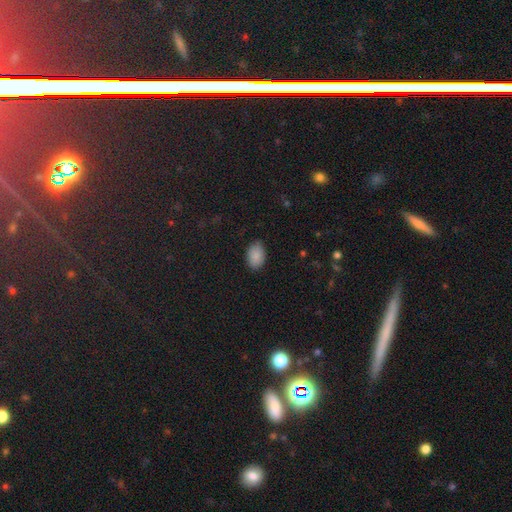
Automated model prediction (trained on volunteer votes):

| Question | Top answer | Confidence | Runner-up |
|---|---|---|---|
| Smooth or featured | smooth | 88% | star or artifact (8%) |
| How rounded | in between | 85% | round (14%) |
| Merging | none | 81% | minor disturbance (15%) |